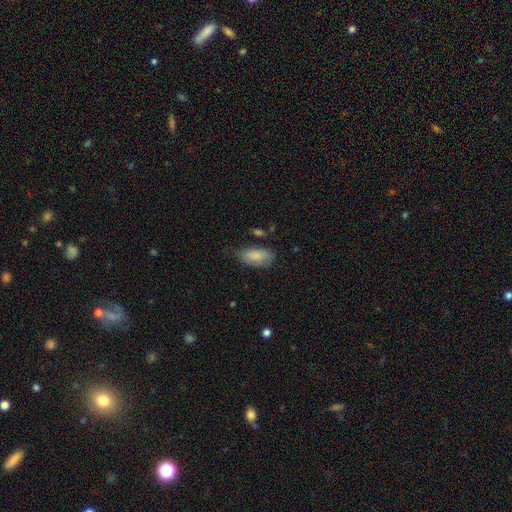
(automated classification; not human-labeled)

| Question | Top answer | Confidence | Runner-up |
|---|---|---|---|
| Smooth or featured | smooth | 84% | featured or disk (10%) |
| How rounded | in between | 92% | cigar-shaped (6%) |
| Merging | none | 57% | minor disturbance (31%) |